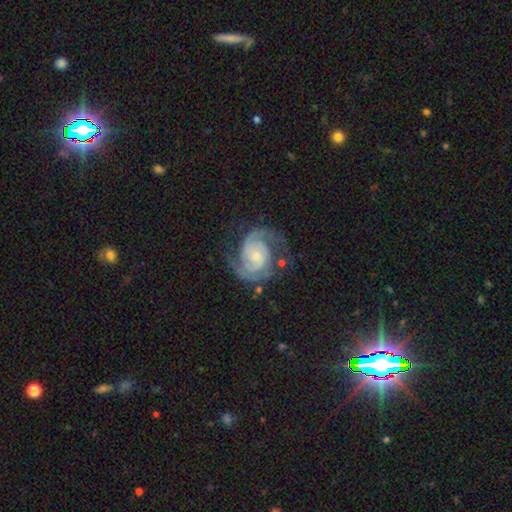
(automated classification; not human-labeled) smooth-or-featured: featured or disk: 91% | star or artifact: 5% | smooth: 4%
  disk-edge-on: no: 98% | yes: 2%
    bar: no: 64% | weak: 30% | strong: 7%
    has-spiral-arms: yes: 98% | no: 2%
      spiral-winding: tight: 48% | medium: 43% | loose: 8%
      spiral-arm-count: 2: 88% | 3: 5% | can't tell: 3% | 1: 2% | 4: 1% | more than 4: 1%
    bulge-size: small: 61% | moderate: 26% | none: 8% | large: 3% | dominant: 1%
  merging: none: 72% | minor disturbance: 17% | major disturbance: 9% | merger: 2%